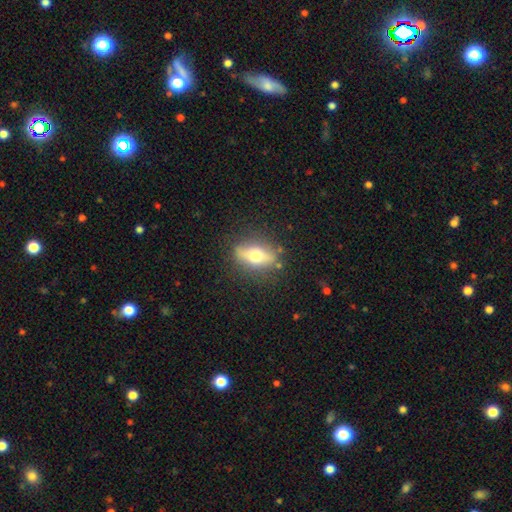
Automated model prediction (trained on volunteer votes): Overall: featured or disk (47%; smooth 46%). Merging: none (82%).